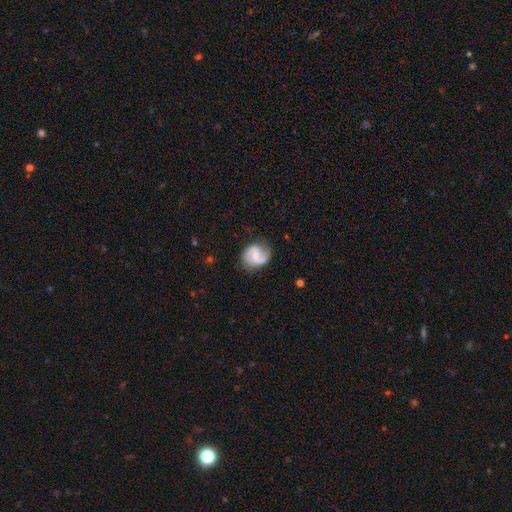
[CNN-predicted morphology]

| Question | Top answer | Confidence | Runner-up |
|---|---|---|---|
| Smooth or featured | featured or disk | 77% | smooth (18%) |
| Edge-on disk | no | 98% | yes (2%) |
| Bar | weak | 52% | no (30%) |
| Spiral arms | yes | 94% | no (6%) |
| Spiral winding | medium | 46% | loose (37%) |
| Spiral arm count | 2 | 85% | 1 (8%) |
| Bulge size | small | 52% | moderate (31%) |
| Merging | none | 73% | minor disturbance (18%) |